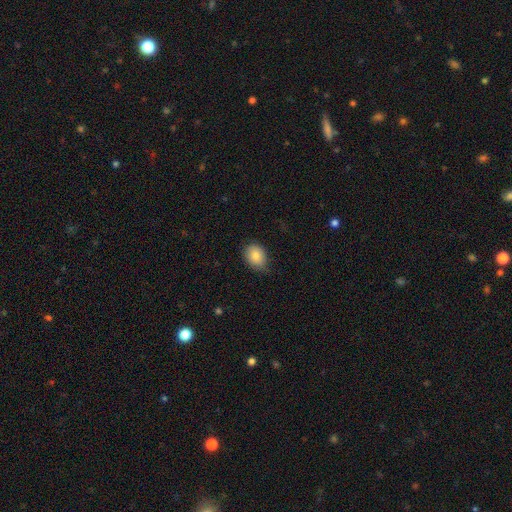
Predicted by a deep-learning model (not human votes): A smooth galaxy with no disk features (83%) that is in between round and cigar-shaped (60%). Merging: none (73%).